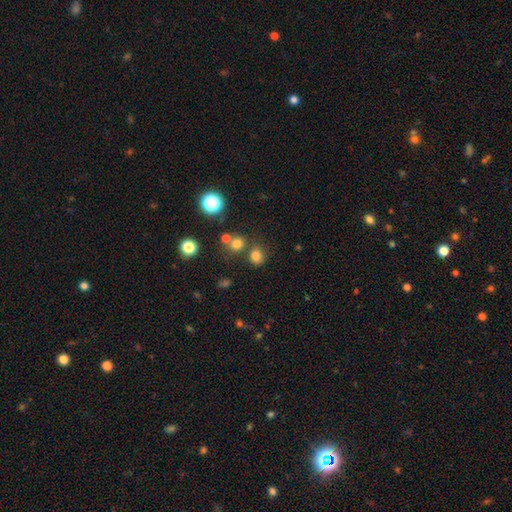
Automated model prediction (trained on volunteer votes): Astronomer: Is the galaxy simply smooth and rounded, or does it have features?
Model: smooth — 75%.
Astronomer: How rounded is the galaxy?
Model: round — 74%.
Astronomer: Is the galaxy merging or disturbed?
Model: none — 70%.